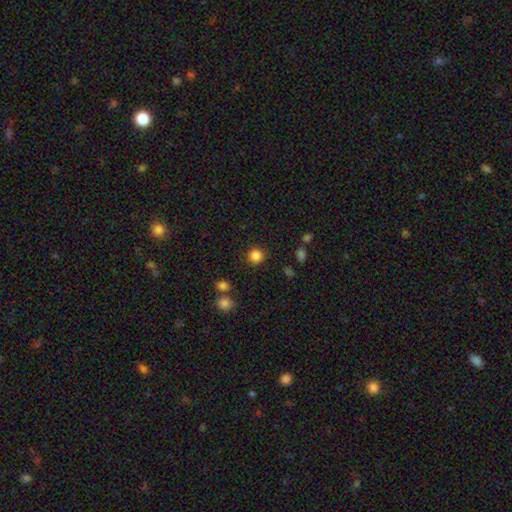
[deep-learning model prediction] Q: Smooth or featured?
A: smooth (85%); runner-up: star or artifact (12%)
Q: How rounded?
A: round (93%); runner-up: in between (6%)
Q: Merging?
A: none (89%); runner-up: minor disturbance (6%)